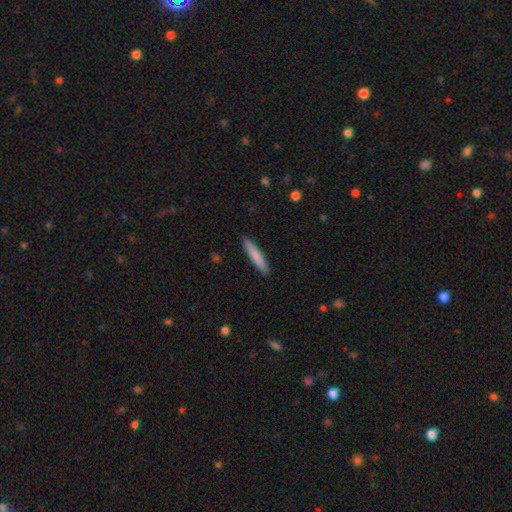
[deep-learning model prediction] Morphology: type=smooth (79%); roundness=cigar-shaped (92%); merging=none (90%).